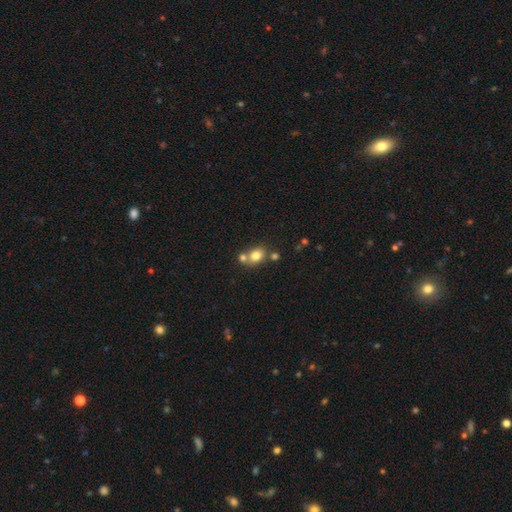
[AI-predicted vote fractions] Smooth or featured: smooth — 79% (star or artifact — 11%)
How rounded: round — 50% (in between — 49%)
Merging: none — 51% (merger — 35%)